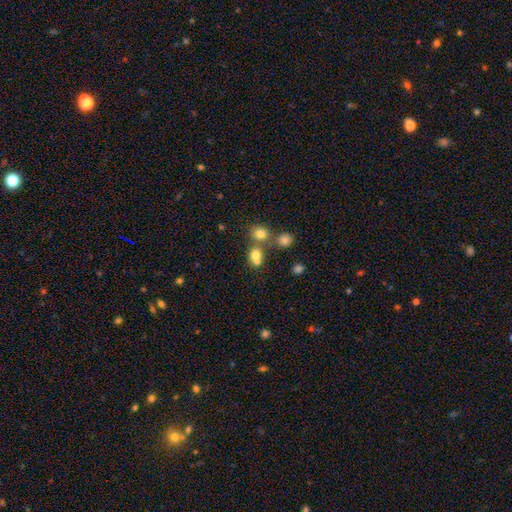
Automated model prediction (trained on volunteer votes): Smooth or featured? smooth (73%)
How rounded? round (66%)
Merging? none (46%)